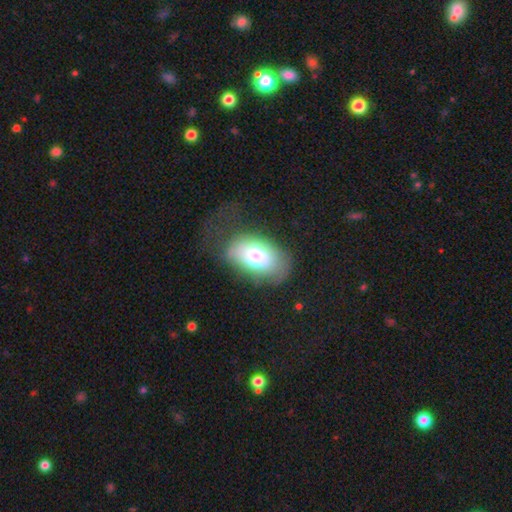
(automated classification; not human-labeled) smooth-or-featured: smooth: 72% | featured or disk: 20% | star or artifact: 8%
  how-rounded: in between: 89% | round: 9% | cigar-shaped: 1%
  merging: none: 48% | major disturbance: 25% | minor disturbance: 25% | merger: 2%